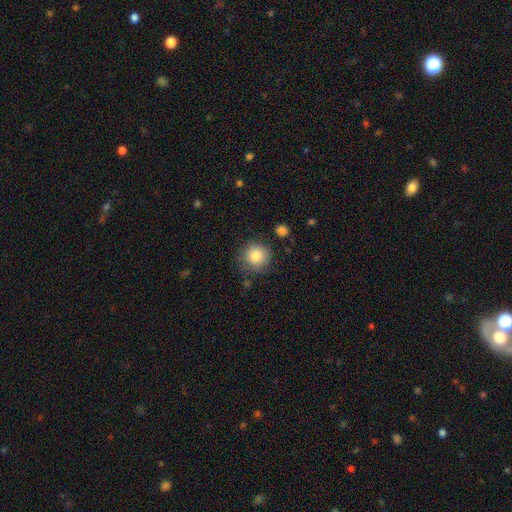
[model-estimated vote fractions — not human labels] Smooth or featured? Predicted: smooth (p=0.83). How rounded? Predicted: round (p=0.92). Merging? Predicted: none (p=0.79).